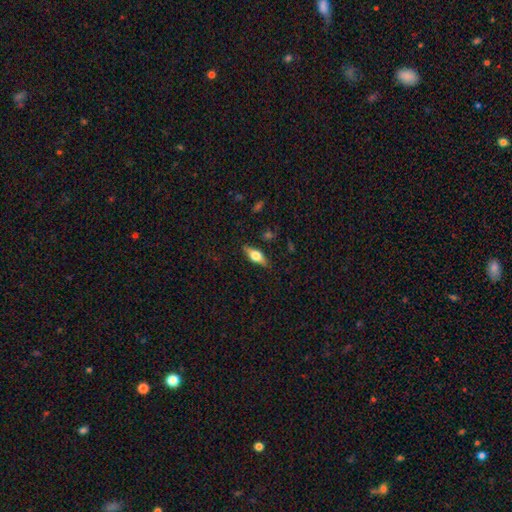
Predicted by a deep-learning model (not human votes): The model was most divided on "smooth or featured": featured or disk: 47%, smooth: 46%, star or artifact: 7%. More confident: merging — none (85%).